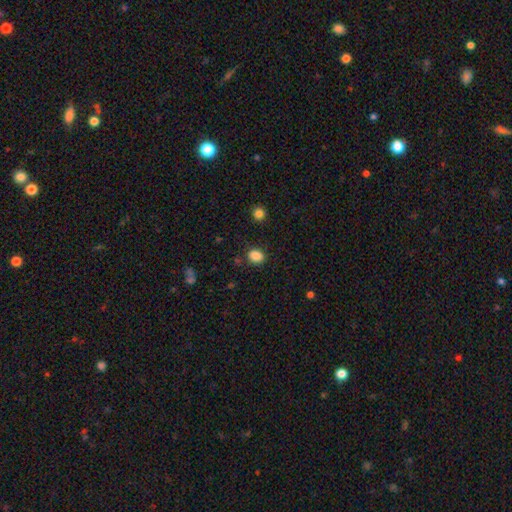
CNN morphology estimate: Smooth or featured? Predicted: smooth (p=0.86). How rounded? Predicted: in between (p=0.56). Merging? Predicted: none (p=0.84).